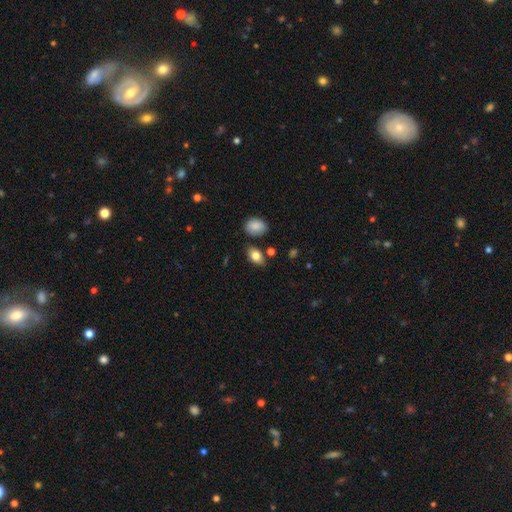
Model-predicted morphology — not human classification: Smooth or featured: smooth — 80% (featured or disk — 12%)
How rounded: in between — 87% (round — 10%)
Merging: none — 78% (minor disturbance — 14%)